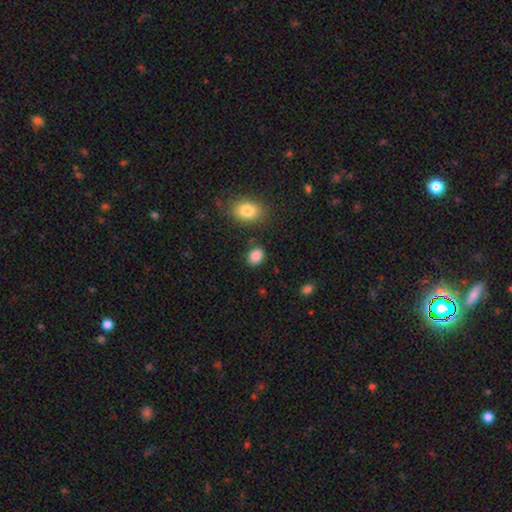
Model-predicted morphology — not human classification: smooth 87%, star or artifact 9%, featured or disk 3%. Down the decision tree: how rounded — in between (63%); merging — none (82%).